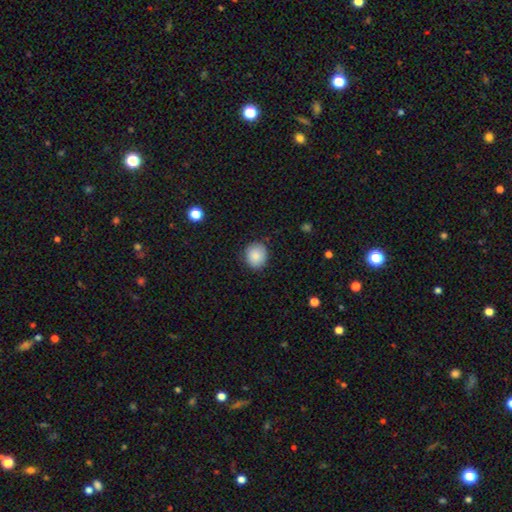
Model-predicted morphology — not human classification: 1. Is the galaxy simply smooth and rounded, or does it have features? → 86% smooth, 8% star or artifact, 6% featured or disk.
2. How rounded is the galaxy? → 78% round, 21% in between, 1% cigar-shaped.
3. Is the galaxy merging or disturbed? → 83% none, 13% minor disturbance, 3% major disturbance, 1% merger.